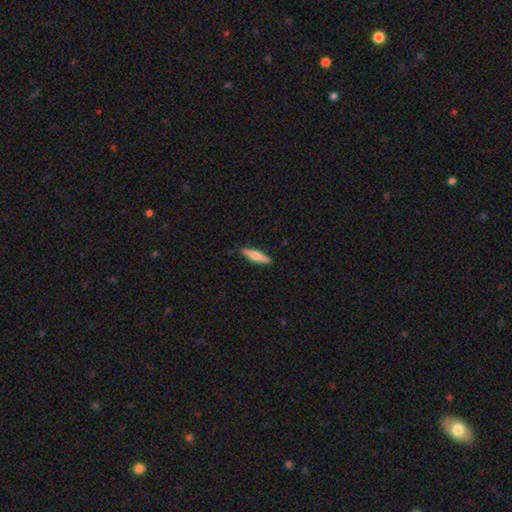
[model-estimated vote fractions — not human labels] Smooth or featured? smooth (57%)
How rounded? cigar-shaped (76%)
Merging? none (88%)